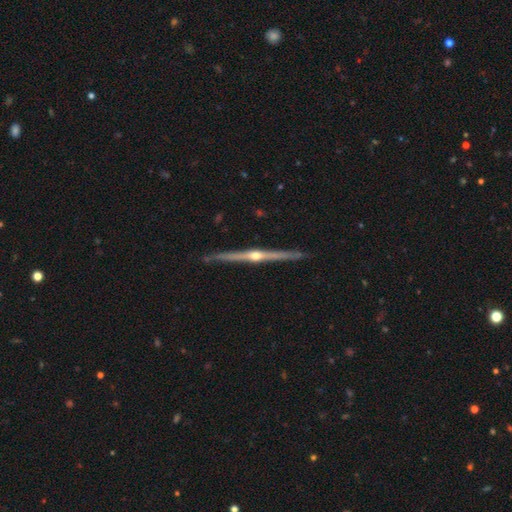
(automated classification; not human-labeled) This appears to be a featured or disk galaxy (86%) viewed edge-on (98%) with a rounded central bulge (93%). Merging: none (88%).